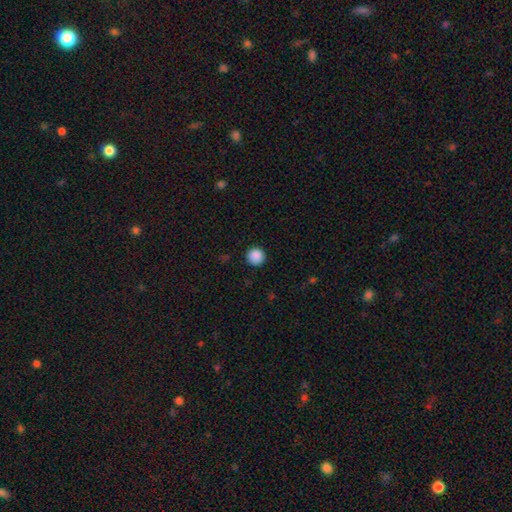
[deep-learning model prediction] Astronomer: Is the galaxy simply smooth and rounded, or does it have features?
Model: smooth — 89%.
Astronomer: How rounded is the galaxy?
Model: round — 96%.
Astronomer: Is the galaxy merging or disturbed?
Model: none — 92%.